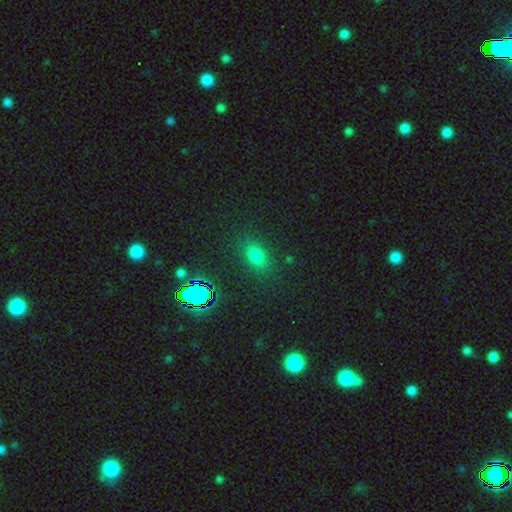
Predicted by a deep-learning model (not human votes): Morphology: type=smooth (68%); roundness=in between (77%); merging=none (84%).